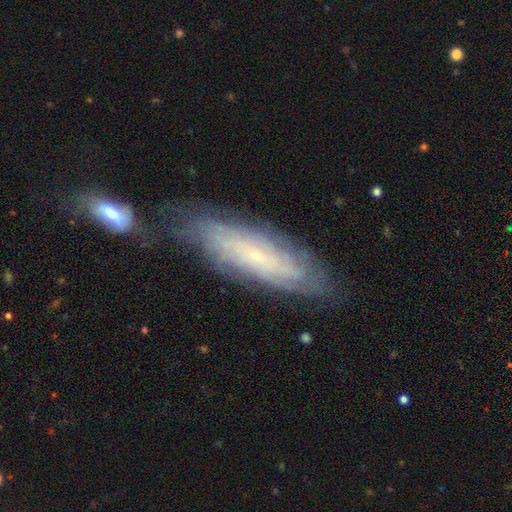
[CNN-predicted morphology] A featured or disk galaxy (72%) with no bar (74%), tight (75%) spiral arms (90%) and a small central bulge (86%).

Vote fractions:
- Smooth or featured? featured or disk: 72% / smooth: 20% / star or artifact: 8%
- Edge-on disk? no: 81% / yes: 19%
- Bar? no: 74% / weak: 21% / strong: 5%
- Spiral arms? yes: 90% / no: 10%
- Spiral winding? tight: 75% / medium: 19% / loose: 6%
- Spiral arm count? can't tell: 60% / 4: 11% / more than 4: 10% / 2: 9% / 3: 7% / 1: 4%
- Bulge size? small: 86% / moderate: 8% / none: 3% / large: 1% / dominant: 1%
- Merging? none: 70% / minor disturbance: 16% / merger: 10% / major disturbance: 5%